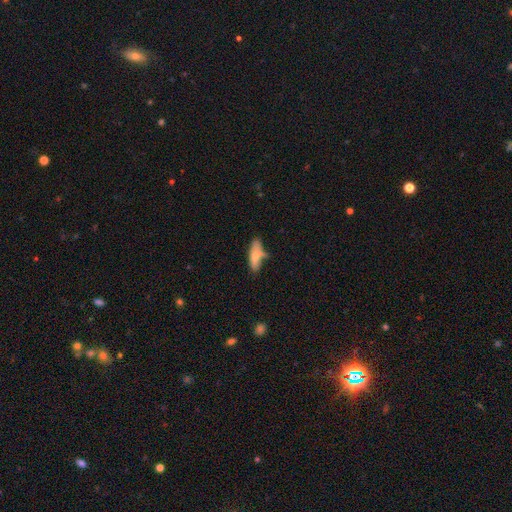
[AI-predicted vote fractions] Overall: smooth (65%; featured or disk 28%). How rounded: in between (53%; cigar-shaped 44%). Merging: none (55%; minor disturbance 25%).